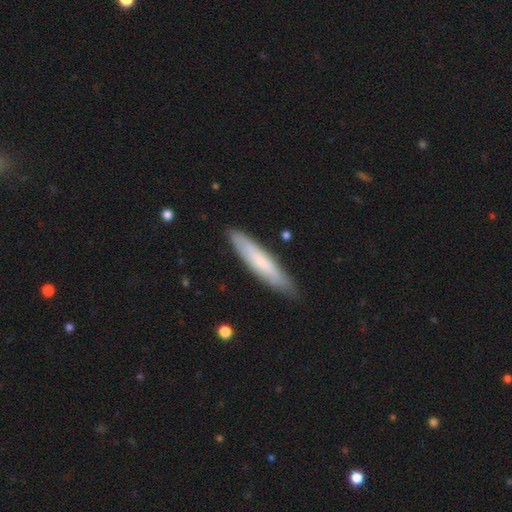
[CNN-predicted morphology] A smooth galaxy with no disk features (62%) that is cigar-shaped (88%). Merging: none (87%).